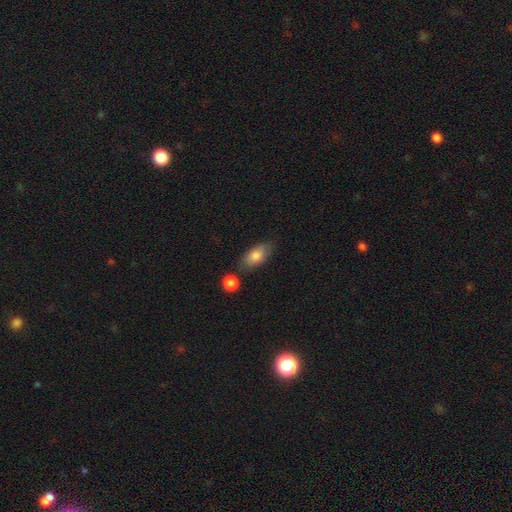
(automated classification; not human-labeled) This is clearly a smooth galaxy (81%). How rounded: clearly in between (89%). Merging: likely none (74%).